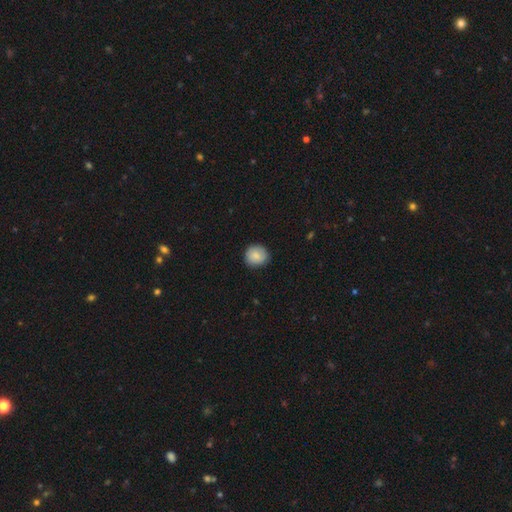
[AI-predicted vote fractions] smooth 84%, featured or disk 10%, star or artifact 7%. Down the decision tree: how rounded — round (88%); merging — none (86%).